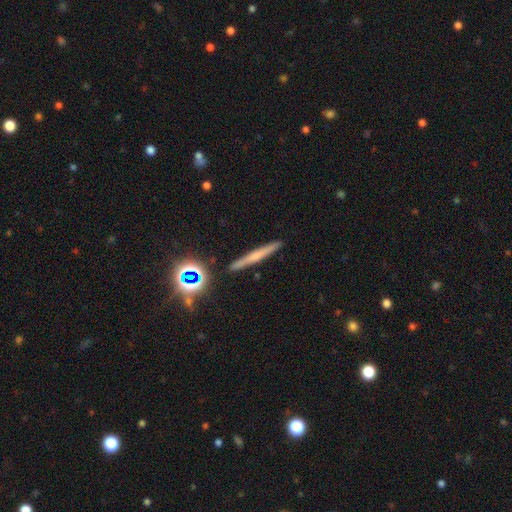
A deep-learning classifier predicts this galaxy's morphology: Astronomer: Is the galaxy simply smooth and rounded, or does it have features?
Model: smooth — 43%, tied with featured or disk at 43%.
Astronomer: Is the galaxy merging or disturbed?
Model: none — 89%.